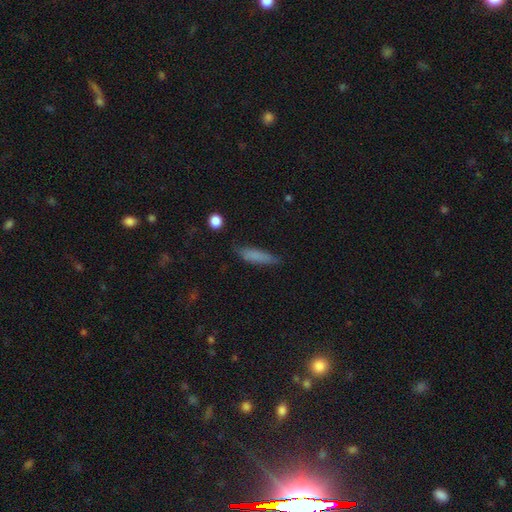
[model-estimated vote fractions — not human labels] Smooth or featured? Predicted: smooth (p=0.78). How rounded? Predicted: cigar-shaped (p=0.71). Merging? Predicted: none (p=0.72).